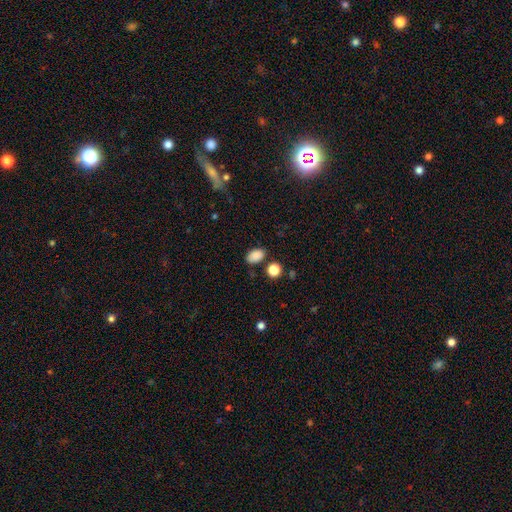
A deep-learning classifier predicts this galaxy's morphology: Q: Smooth or featured?
A: smooth (87%); runner-up: star or artifact (10%)
Q: How rounded?
A: in between (86%); runner-up: round (12%)
Q: Merging?
A: none (80%); runner-up: minor disturbance (12%)